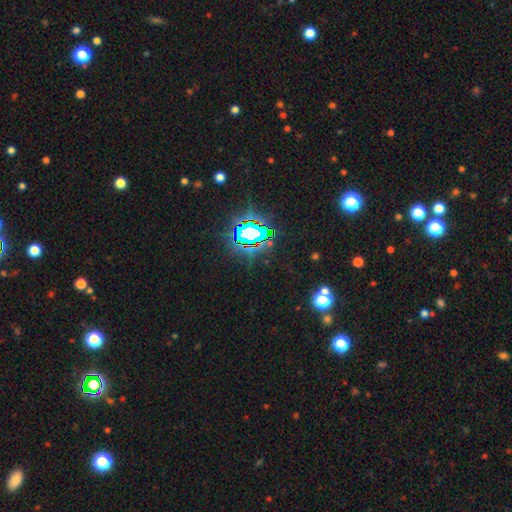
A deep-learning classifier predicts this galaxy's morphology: Q: Smooth or featured?
A: star or artifact (79%); runner-up: smooth (13%)